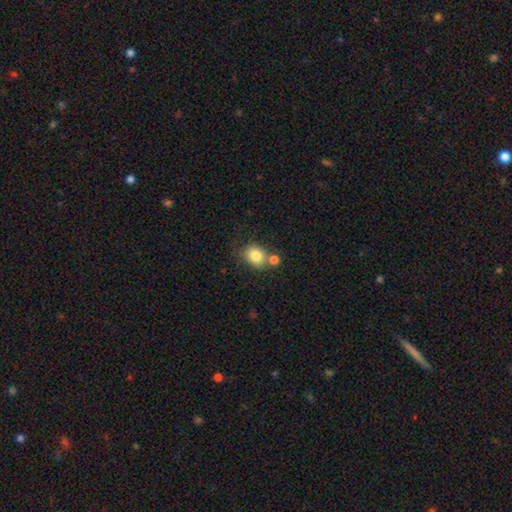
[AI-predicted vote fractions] A smooth galaxy with no disk features (82%) that is round (63%). Merging: none (55%).